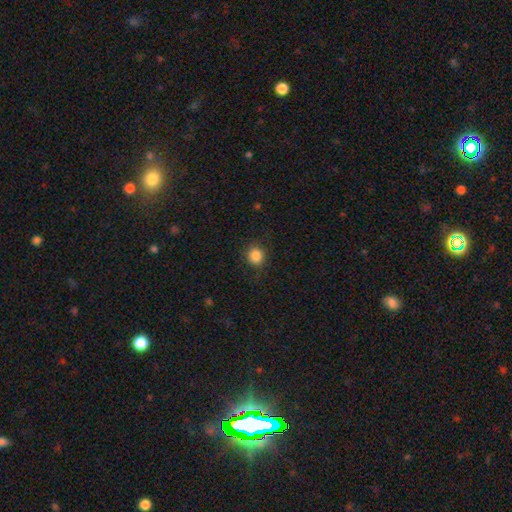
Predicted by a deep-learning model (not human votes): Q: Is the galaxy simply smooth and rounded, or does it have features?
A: smooth — 86%.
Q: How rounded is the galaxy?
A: round — 85%.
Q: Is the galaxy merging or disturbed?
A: none — 87%.